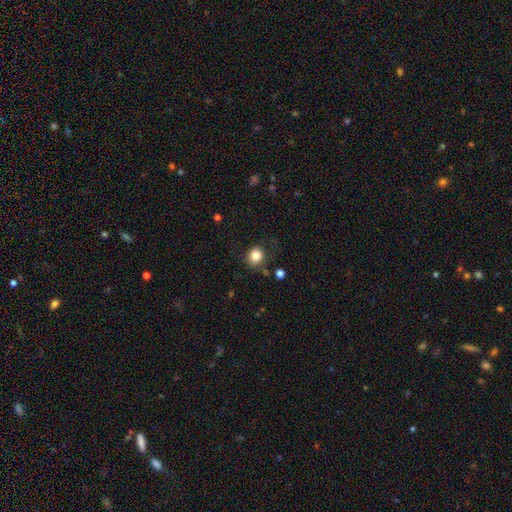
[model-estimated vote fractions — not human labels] The model was most divided on "how rounded": round: 76%, in between: 23%, cigar-shaped: 1%. More confident: smooth or featured — smooth (83%); merging — none (81%).